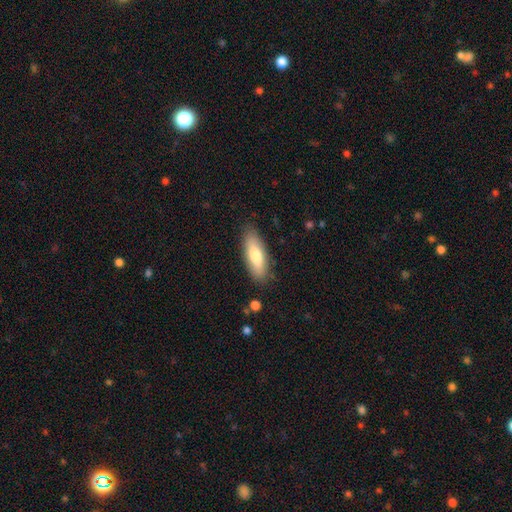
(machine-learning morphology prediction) Overall: smooth (74%). How rounded: in between (63%; cigar-shaped 35%). Merging: none (85%).